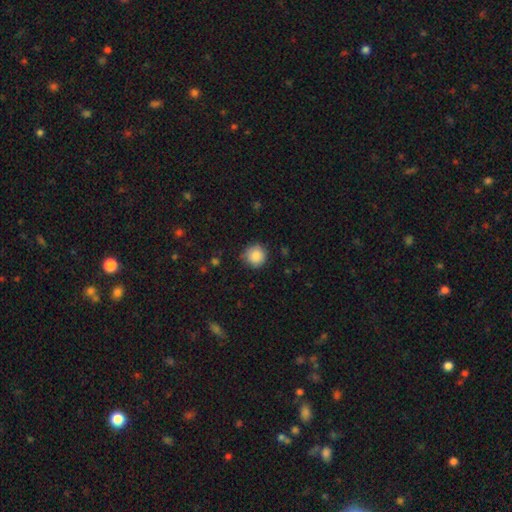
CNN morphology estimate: A smooth galaxy with no disk features (87%) that is round (94%). Merging: none (83%).